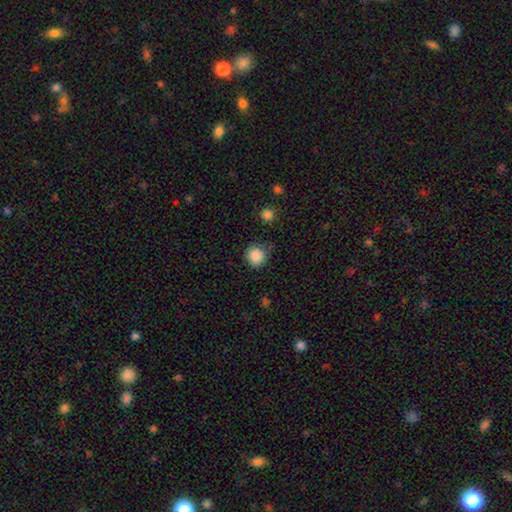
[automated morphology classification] Q: Smooth or featured?
A: smooth (87%); runner-up: star or artifact (10%)
Q: How rounded?
A: round (92%); runner-up: in between (7%)
Q: Merging?
A: none (82%); runner-up: minor disturbance (12%)